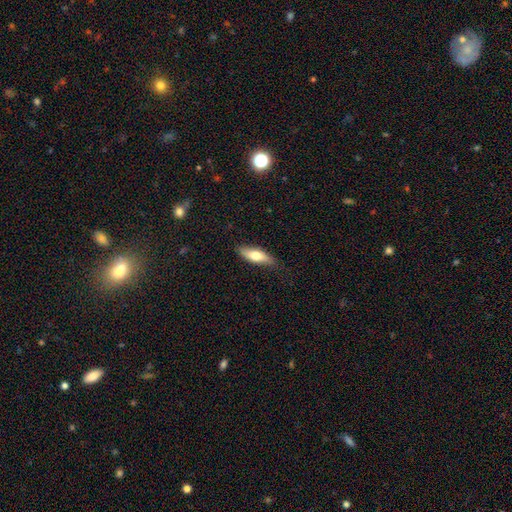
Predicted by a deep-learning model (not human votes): Morphology: type=smooth (67%); roundness=in between (54%); merging=none (77%).